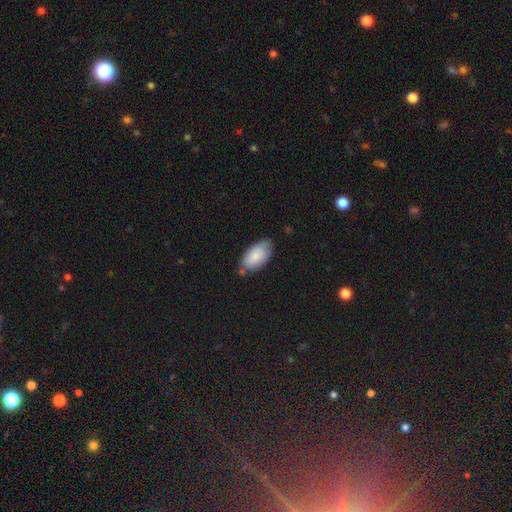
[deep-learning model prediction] smooth-or-featured: smooth: 79% | featured or disk: 14% | star or artifact: 6%
  how-rounded: in between: 94% | cigar-shaped: 4% | round: 2%
  merging: none: 68% | minor disturbance: 23% | merger: 5% | major disturbance: 4%